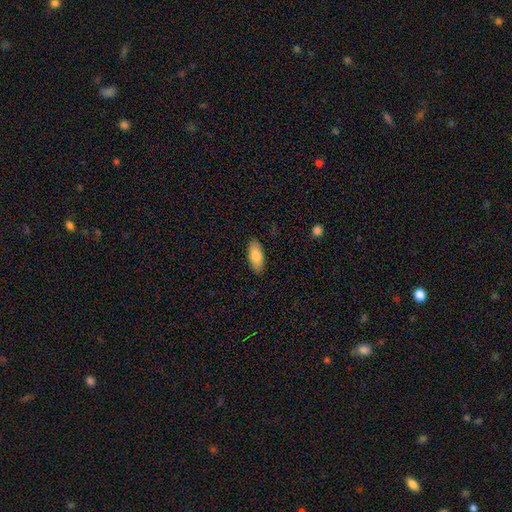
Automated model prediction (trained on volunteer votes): A smooth galaxy with no disk features (83%) that is in between round and cigar-shaped (85%). Merging: none (88%).